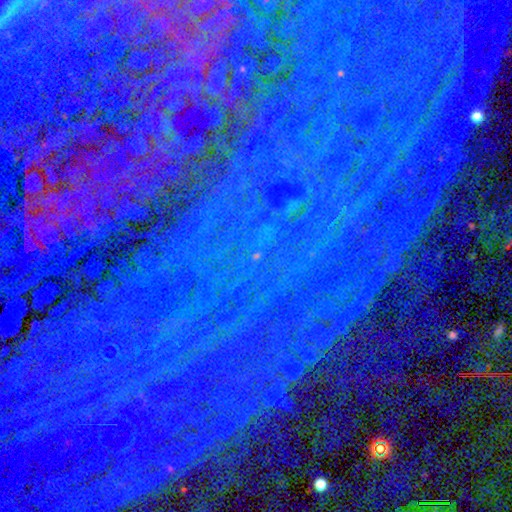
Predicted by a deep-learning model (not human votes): Smooth or featured?
  - star or artifact: 86% *
  - featured or disk: 7%
  - smooth: 6%